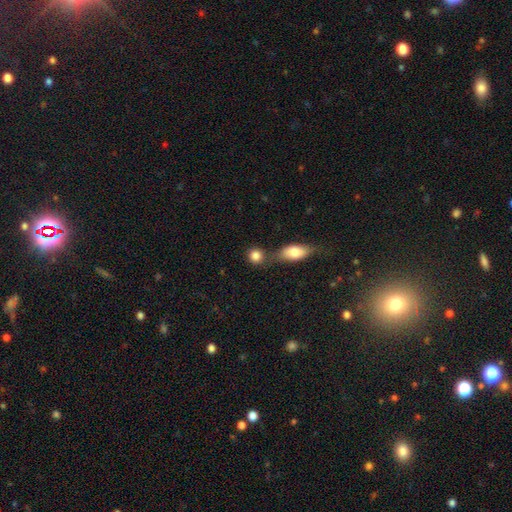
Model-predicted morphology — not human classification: The model was most divided on "merging": none: 58%, merger: 28%, minor disturbance: 9%, major disturbance: 4%. More confident: smooth or featured — smooth (86%); how rounded — round (80%).